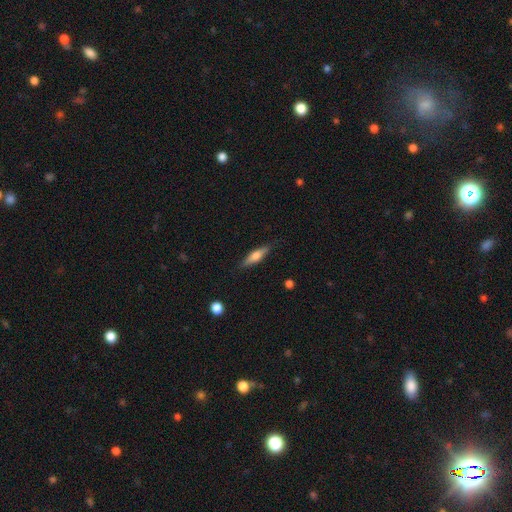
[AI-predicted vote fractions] Smooth or featured?
  - smooth: 50% *
  - featured or disk: 43%
  - star or artifact: 6%
How rounded?
  - cigar-shaped: 65% *
  - in between: 32%
  - round: 3%
Merging?
  - none: 85% *
  - minor disturbance: 11%
  - major disturbance: 2%
  - merger: 1%